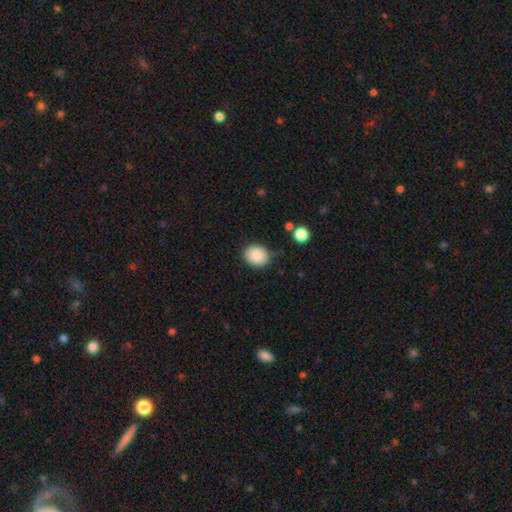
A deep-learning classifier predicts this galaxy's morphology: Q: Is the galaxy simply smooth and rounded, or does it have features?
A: smooth — 86%.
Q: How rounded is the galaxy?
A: round — 65%.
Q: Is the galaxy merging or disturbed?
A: none — 85%.